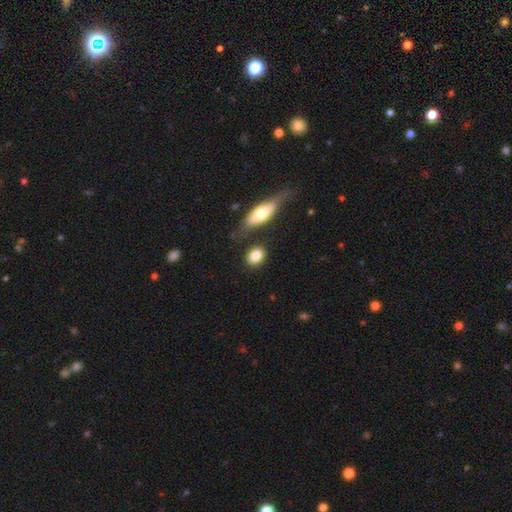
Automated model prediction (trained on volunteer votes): smooth-or-featured: smooth: 83% | featured or disk: 10% | star or artifact: 7%
  how-rounded: in between: 58% | round: 40% | cigar-shaped: 3%
  merging: none: 75% | minor disturbance: 11% | merger: 10% | major disturbance: 4%